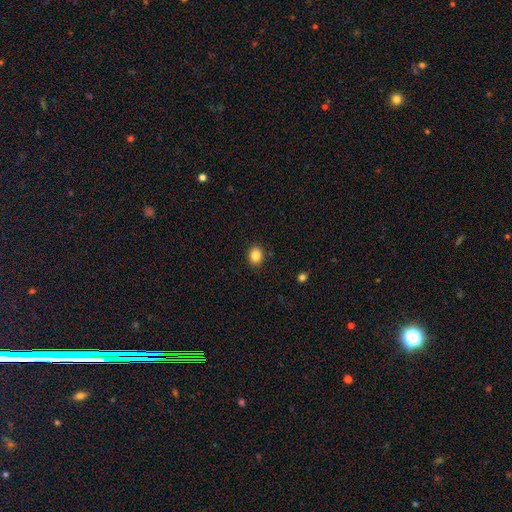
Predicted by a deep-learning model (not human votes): The model was most divided on "how rounded": round: 61%, in between: 38%, cigar-shaped: 1%. More confident: merging — none (90%); smooth or featured — smooth (84%).